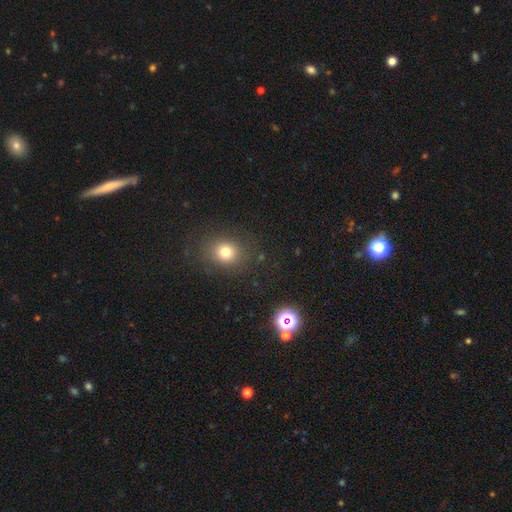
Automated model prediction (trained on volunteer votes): A smooth galaxy with no disk features (63%) that is round (75%).

Vote fractions:
- Smooth or featured? smooth: 63% / star or artifact: 29% / featured or disk: 9%
- How rounded? round: 75% / in between: 23% / cigar-shaped: 2%
- Merging? none: 89% / minor disturbance: 7% / major disturbance: 3% / merger: 2%